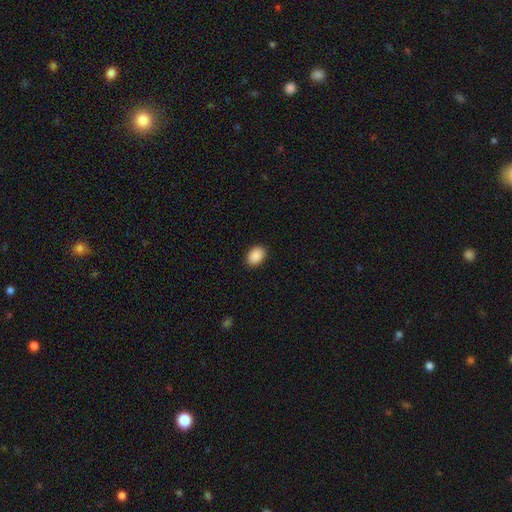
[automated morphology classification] This appears to be a smooth galaxy with no disk features (90%) that is in between round and cigar-shaped (79%). Merging: none (90%).